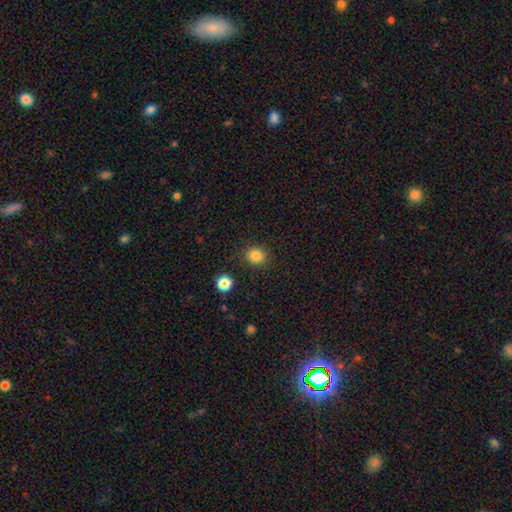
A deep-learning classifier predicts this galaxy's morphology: Smooth or featured?
  - smooth: 84% *
  - star or artifact: 12%
  - featured or disk: 4%
How rounded?
  - round: 84% *
  - in between: 15%
  - cigar-shaped: 1%
Merging?
  - none: 88% *
  - minor disturbance: 7%
  - major disturbance: 2%
  - merger: 2%